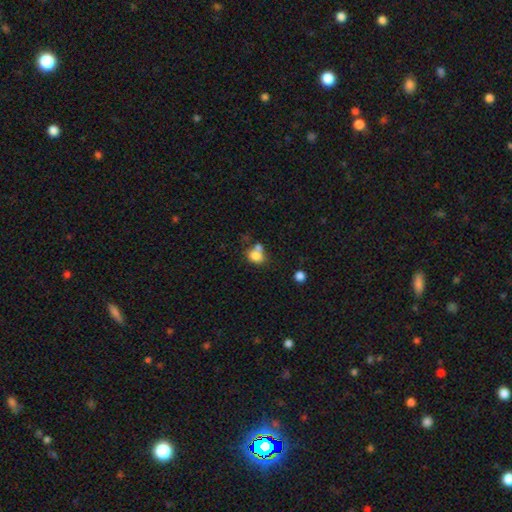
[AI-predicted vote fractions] Smooth or featured? Predicted: smooth (p=0.79). How rounded? Predicted: round (p=0.55). Merging? Predicted: none (p=0.41).